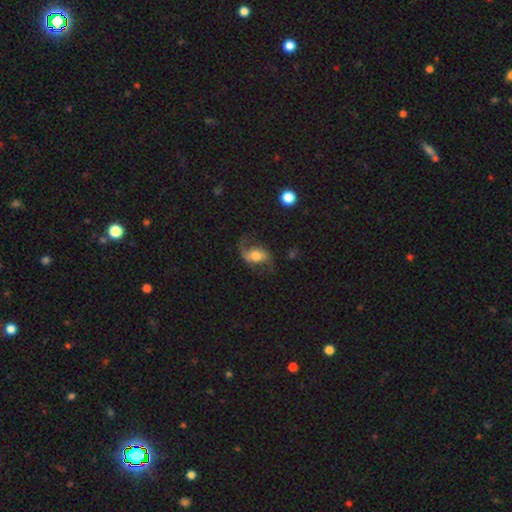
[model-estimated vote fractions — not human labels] Smooth or featured? Predicted: featured or disk (p=0.67). Edge-on disk? Predicted: no (p=0.95). Bar? Predicted: no (p=0.40). Spiral arms? Predicted: yes (p=0.90). Spiral winding? Predicted: loose (p=0.68). Spiral arm count? Predicted: 2 (p=0.89). Bulge size? Predicted: moderate (p=0.58). Merging? Predicted: none (p=0.64).